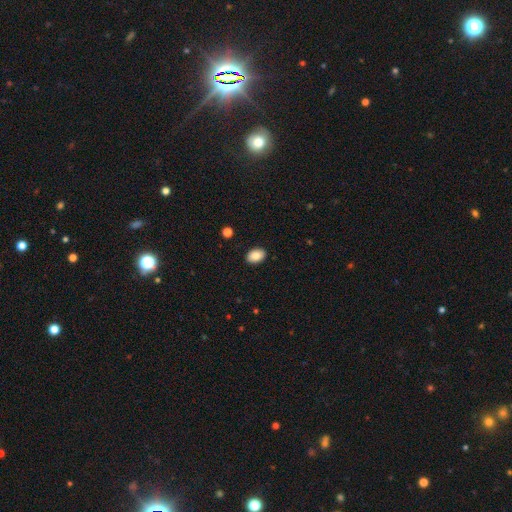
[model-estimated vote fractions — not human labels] smooth_or_featured: smooth (p=0.86) [alt: star or artifact p=0.08]
how_rounded: in between (p=0.81) [alt: round p=0.18]
merging: none (p=0.90) [alt: minor disturbance p=0.07]